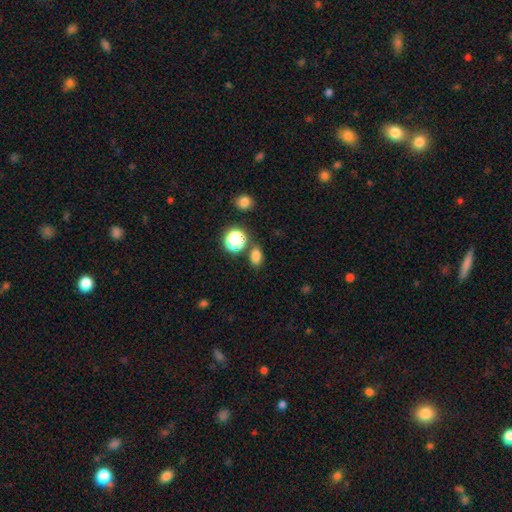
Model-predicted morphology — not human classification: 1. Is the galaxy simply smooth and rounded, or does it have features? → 77% smooth, 18% star or artifact, 5% featured or disk.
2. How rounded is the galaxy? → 69% in between, 30% round, 2% cigar-shaped.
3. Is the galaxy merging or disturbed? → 77% none, 11% minor disturbance, 8% merger, 3% major disturbance.